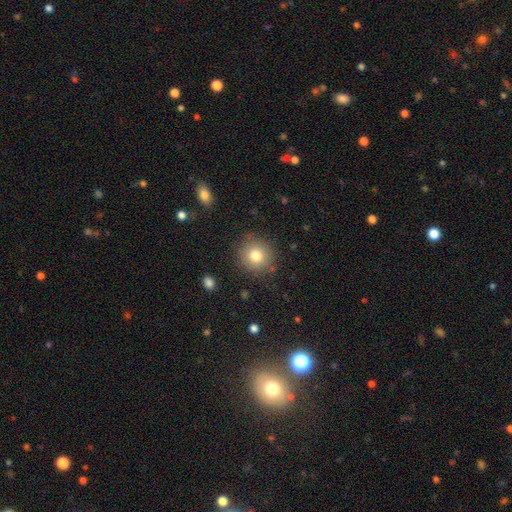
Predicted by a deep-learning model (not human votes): Smooth or featured? Predicted: smooth (p=0.79). How rounded? Predicted: round (p=0.89). Merging? Predicted: none (p=0.85).